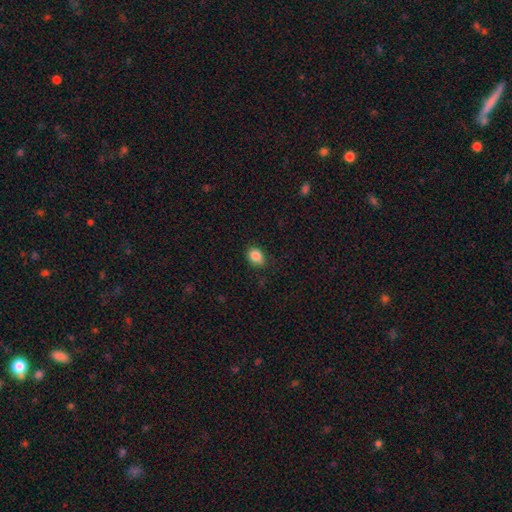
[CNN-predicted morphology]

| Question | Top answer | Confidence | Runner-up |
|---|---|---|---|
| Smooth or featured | smooth | 86% | star or artifact (10%) |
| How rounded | in between | 64% | round (34%) |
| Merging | none | 76% | minor disturbance (19%) |